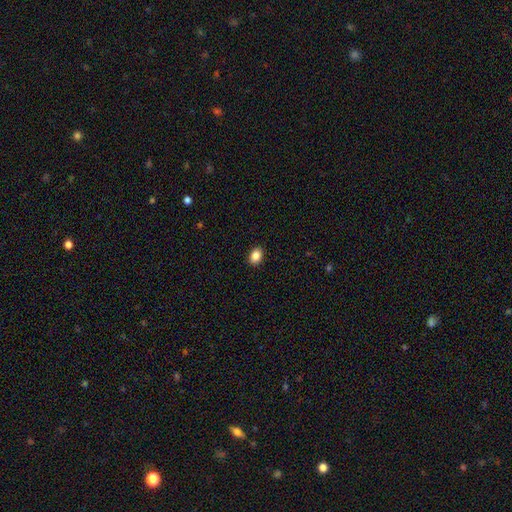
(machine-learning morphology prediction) The model was most divided on "how rounded": in between: 73%, round: 26%, cigar-shaped: 1%. More confident: merging — none (91%); smooth or featured — smooth (86%).